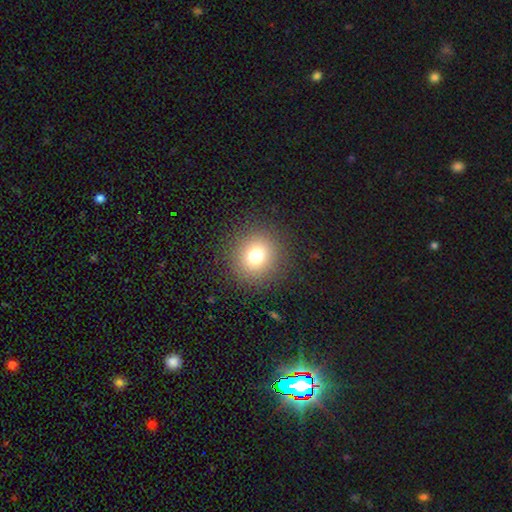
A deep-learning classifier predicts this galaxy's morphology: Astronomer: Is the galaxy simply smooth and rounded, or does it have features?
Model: smooth — 75%.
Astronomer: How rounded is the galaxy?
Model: round — 88%.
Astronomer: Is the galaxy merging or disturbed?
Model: none — 89%.